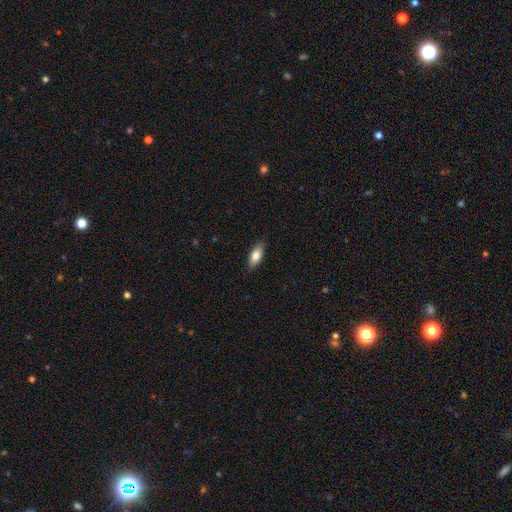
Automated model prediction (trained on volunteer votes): A smooth galaxy with no disk features (82%) that is in between round and cigar-shaped (84%).

Vote fractions:
- Smooth or featured? smooth: 82% / featured or disk: 12% / star or artifact: 6%
- How rounded? in between: 84% / cigar-shaped: 14% / round: 2%
- Merging? none: 87% / minor disturbance: 10% / major disturbance: 2% / merger: 1%